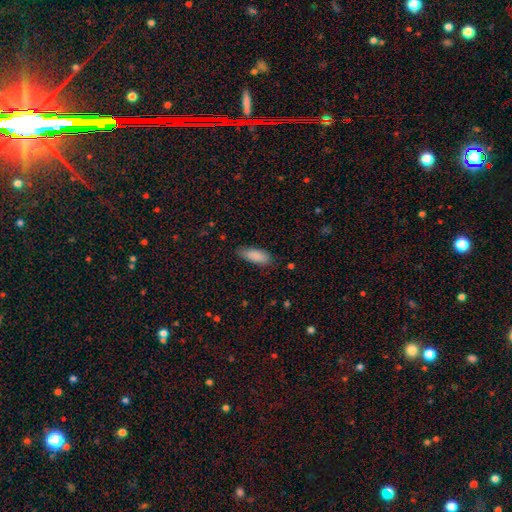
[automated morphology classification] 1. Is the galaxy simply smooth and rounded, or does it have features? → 89% smooth, 6% star or artifact, 5% featured or disk.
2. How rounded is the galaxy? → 67% in between, 31% cigar-shaped, 2% round.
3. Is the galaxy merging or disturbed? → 80% none, 16% minor disturbance, 3% major disturbance, 1% merger.